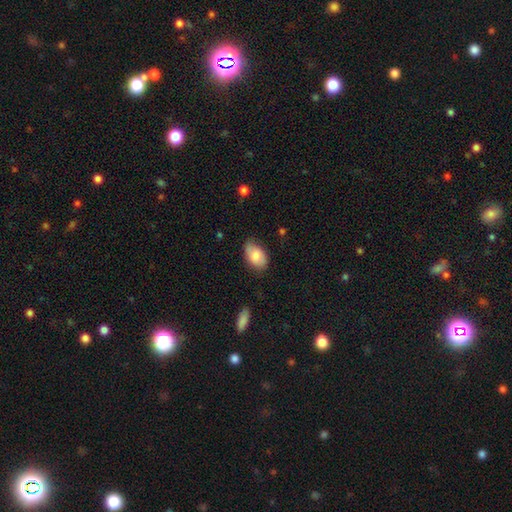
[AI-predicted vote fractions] Morphology: type=smooth (81%); roundness=in between (92%); merging=none (68%).